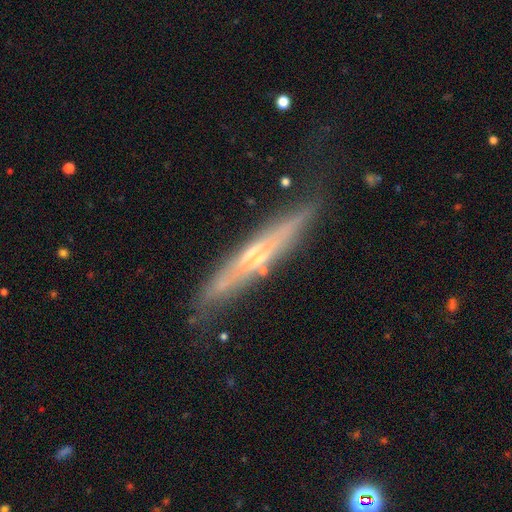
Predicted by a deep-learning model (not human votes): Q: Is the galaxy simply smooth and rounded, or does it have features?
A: featured or disk — 63%.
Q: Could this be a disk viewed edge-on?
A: yes — 89%.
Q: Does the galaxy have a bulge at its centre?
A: none — 49%.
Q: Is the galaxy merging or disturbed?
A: none — 70%.